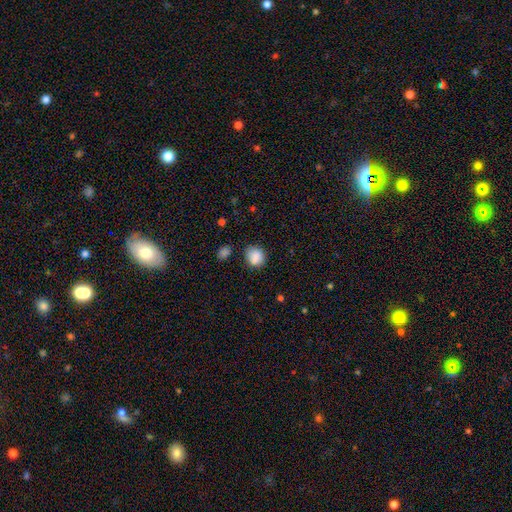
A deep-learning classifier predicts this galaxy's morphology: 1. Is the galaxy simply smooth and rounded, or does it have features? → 86% smooth, 9% star or artifact, 5% featured or disk.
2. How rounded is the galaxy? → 67% round, 32% in between, 1% cigar-shaped.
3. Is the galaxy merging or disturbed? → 69% none, 21% minor disturbance, 6% merger, 5% major disturbance.